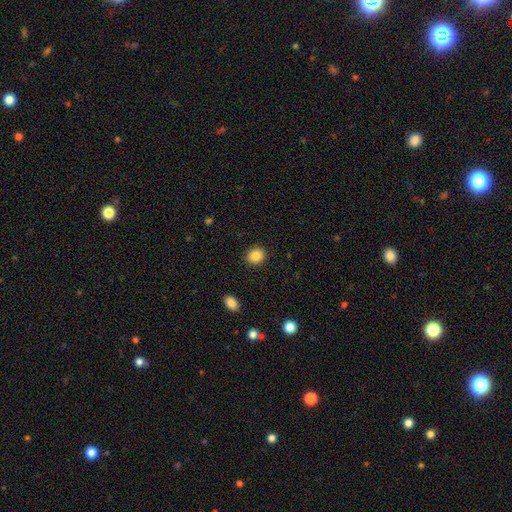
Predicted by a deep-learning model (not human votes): smooth_or_featured: smooth (p=0.87) [alt: star or artifact p=0.09]
how_rounded: round (p=0.75) [alt: in between p=0.24]
merging: none (p=0.90) [alt: minor disturbance p=0.06]